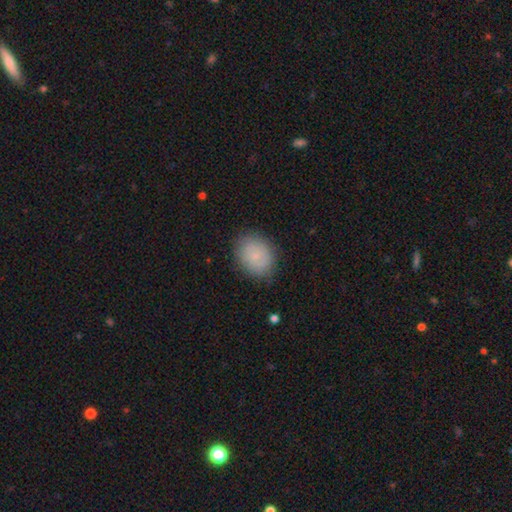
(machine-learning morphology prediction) Smooth or featured? Predicted: smooth (p=0.77). How rounded? Predicted: in between (p=0.54). Merging? Predicted: none (p=0.83).